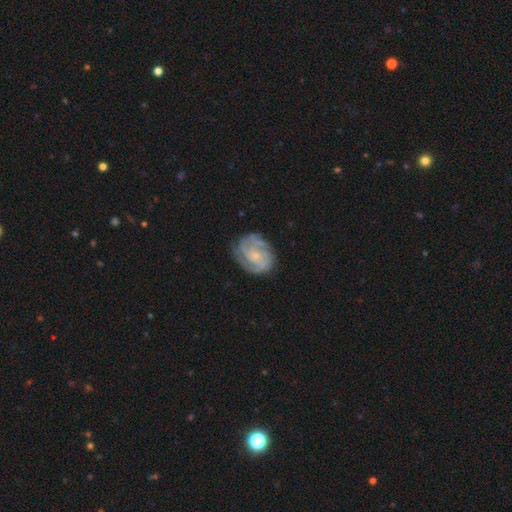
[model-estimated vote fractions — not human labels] Smooth or featured?
  - featured or disk: 81% *
  - smooth: 14%
  - star or artifact: 6%
Edge-on disk?
  - no: 98% *
  - yes: 2%
Bar?
  - no: 68% *
  - weak: 27%
  - strong: 5%
Spiral arms?
  - yes: 93% *
  - no: 7%
Spiral winding?
  - tight: 54% *
  - medium: 36%
  - loose: 10%
Spiral arm count?
  - 2: 29% *
  - 3: 28%
  - can't tell: 24%
  - 4: 8%
  - 1: 5%
  - more than 4: 5%
Bulge size?
  - small: 69% *
  - moderate: 23%
  - none: 6%
  - large: 1%
  - dominant: 1%
Merging?
  - none: 73% *
  - minor disturbance: 19%
  - major disturbance: 7%
  - merger: 1%